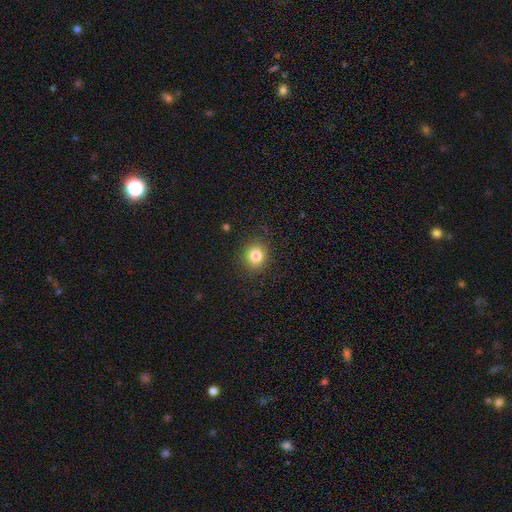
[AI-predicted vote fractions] This is clearly a smooth galaxy (82%). How rounded: clearly round (88%). Merging: clearly none (89%).